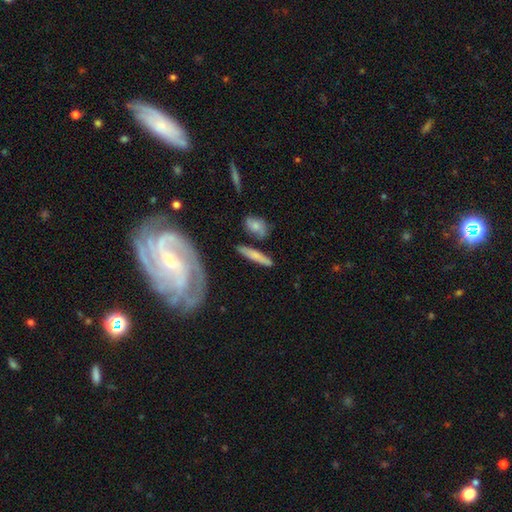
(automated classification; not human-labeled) Morphology: type=smooth (58%); roundness=cigar-shaped (82%); merging=none (76%).